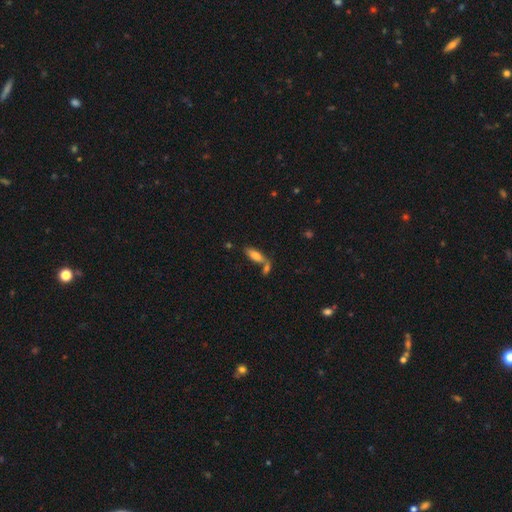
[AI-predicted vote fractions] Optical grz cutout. It shows a smooth galaxy with no disk features (74%) that is in between round and cigar-shaped (68%). Merging: none (48%).